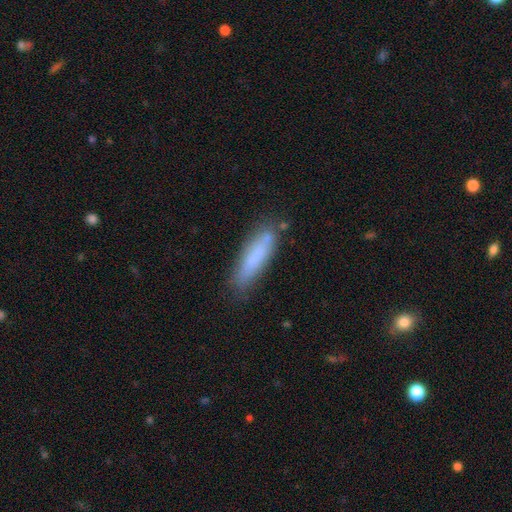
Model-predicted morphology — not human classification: Smooth or featured?
  - smooth: 76% *
  - featured or disk: 17%
  - star or artifact: 7%
How rounded?
  - cigar-shaped: 71% *
  - in between: 28%
  - round: 2%
Merging?
  - none: 76% *
  - minor disturbance: 17%
  - merger: 4%
  - major disturbance: 4%